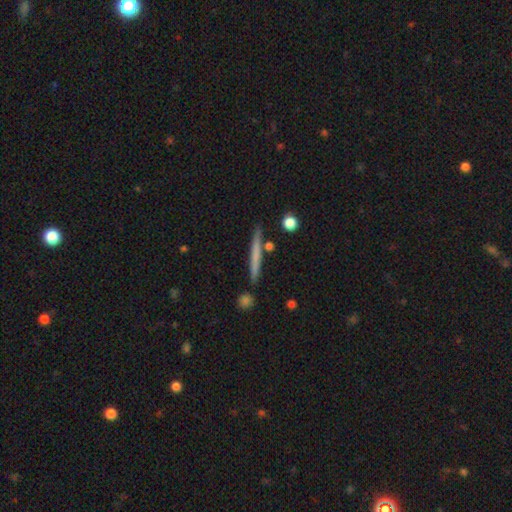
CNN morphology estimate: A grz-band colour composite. It shows a smooth galaxy with no disk features (54%) that is cigar-shaped (96%). Merging: none (86%).